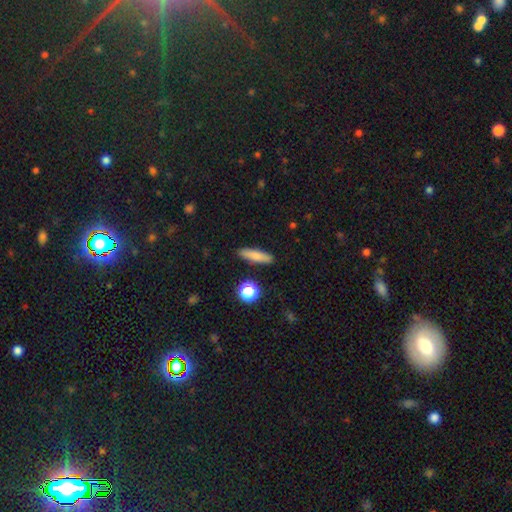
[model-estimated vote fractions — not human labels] A smooth galaxy with no disk features (78%) that is cigar-shaped (72%).

Vote fractions:
- Smooth or featured? smooth: 78% / featured or disk: 13% / star or artifact: 9%
- How rounded? cigar-shaped: 72% / in between: 24% / round: 4%
- Merging? none: 89% / minor disturbance: 7% / major disturbance: 2% / merger: 2%